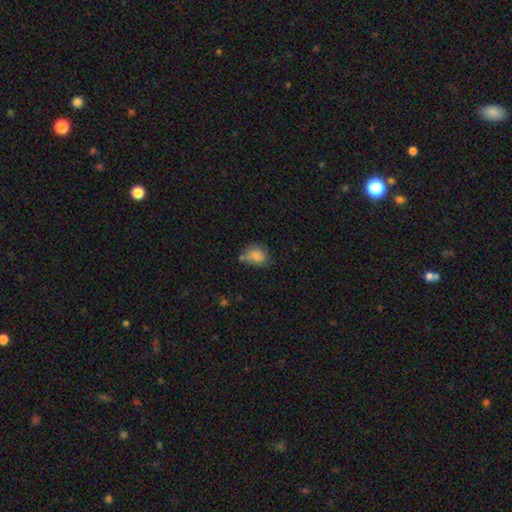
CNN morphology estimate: type=smooth (79%); roundness=in between (61%); merging=none (47%).